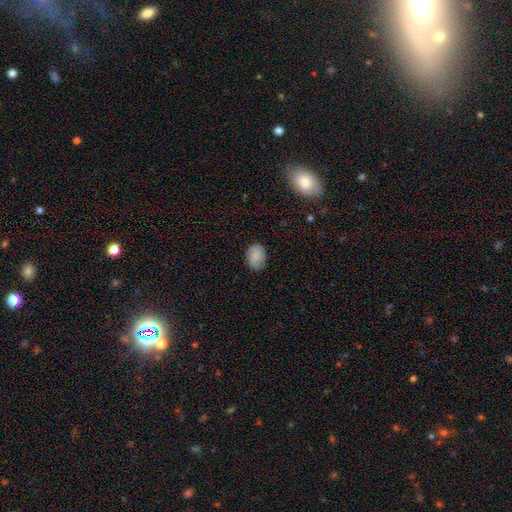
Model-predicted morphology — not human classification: Overall: smooth (84%). How rounded: in between (66%; round 33%). Merging: none (84%).